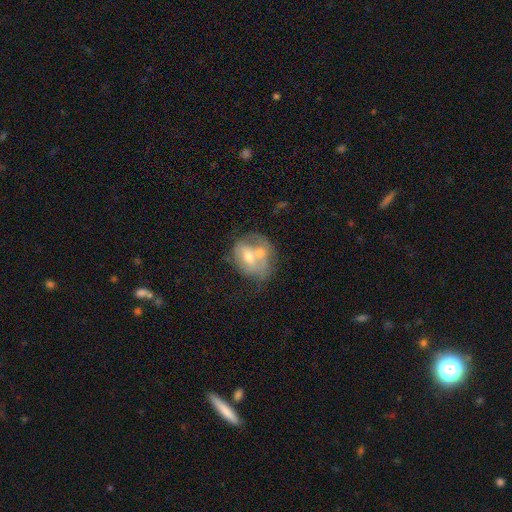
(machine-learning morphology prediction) A featured or disk galaxy (48%). Merging: merger (63%).